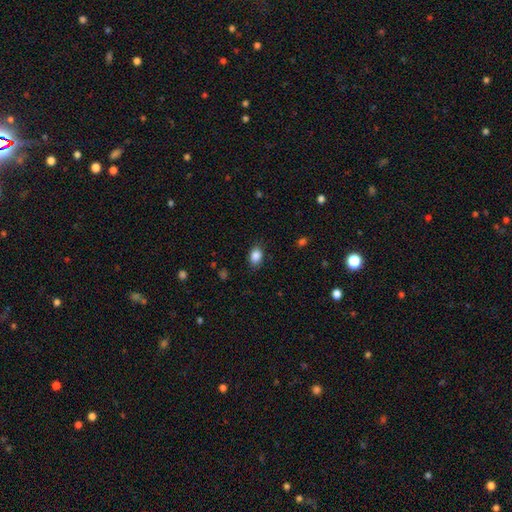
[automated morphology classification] Smooth or featured? smooth (87%)
How rounded? in between (80%)
Merging? none (84%)